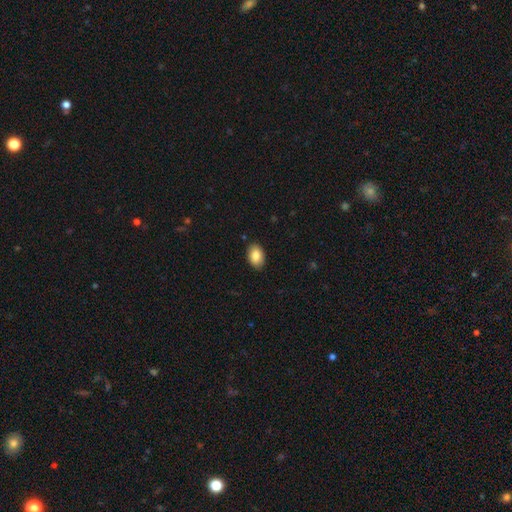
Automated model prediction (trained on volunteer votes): Smooth or featured?
  - smooth: 86% *
  - star or artifact: 7%
  - featured or disk: 7%
How rounded?
  - in between: 88% *
  - round: 11%
  - cigar-shaped: 1%
Merging?
  - none: 88% *
  - minor disturbance: 9%
  - major disturbance: 2%
  - merger: 1%